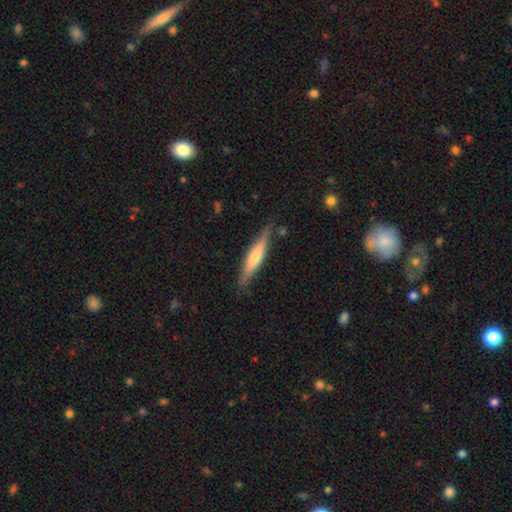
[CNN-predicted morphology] This appears to be a featured or disk galaxy (48%). Merging: none (84%).